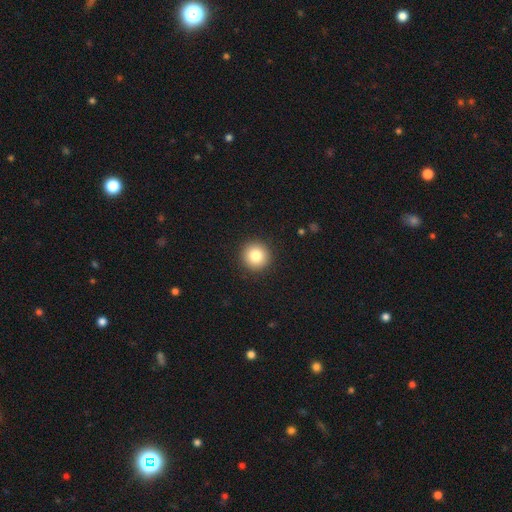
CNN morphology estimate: A smooth galaxy with no disk features (82%) that is round (96%).

Vote fractions:
- Smooth or featured? smooth: 82% / star or artifact: 10% / featured or disk: 8%
- How rounded? round: 96% / in between: 3% / cigar-shaped: 1%
- Merging? none: 93% / minor disturbance: 5% / major disturbance: 2% / merger: 1%